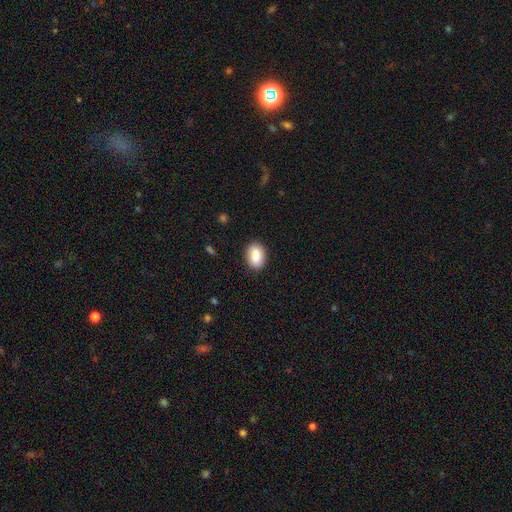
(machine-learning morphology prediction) smooth-or-featured: smooth: 87% | star or artifact: 7% | featured or disk: 6%
  how-rounded: in between: 82% | round: 16% | cigar-shaped: 1%
  merging: none: 88% | minor disturbance: 9% | major disturbance: 2% | merger: 1%